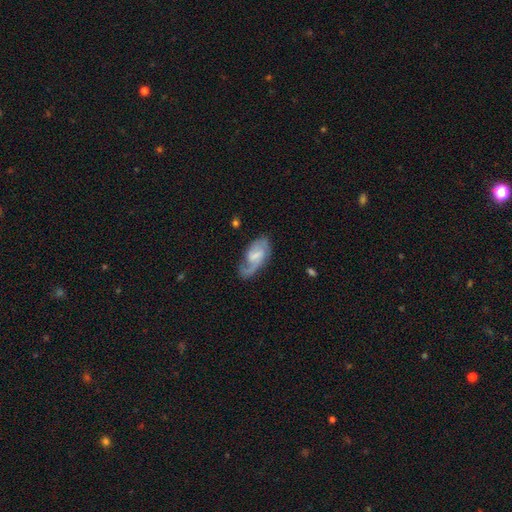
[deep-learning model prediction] A featured or disk galaxy (73%) with a weak bar (53%), 2 (64%) medium (48%) spiral arms (92%) and a small central bulge (38%). Merging: none (63%).